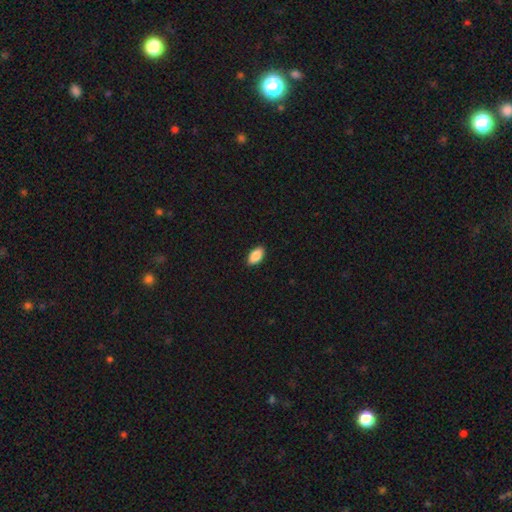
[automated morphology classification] This is clearly a smooth galaxy (90%). How rounded: clearly in between (94%). Merging: clearly none (90%).